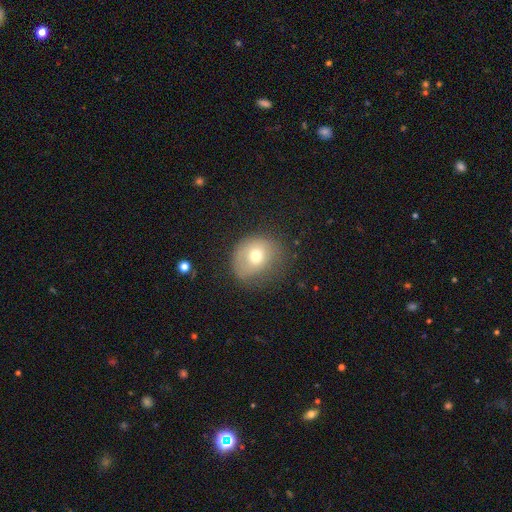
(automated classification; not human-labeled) Smooth or featured?
  - smooth: 68% *
  - featured or disk: 20%
  - star or artifact: 12%
How rounded?
  - round: 66% *
  - in between: 33%
  - cigar-shaped: 1%
Merging?
  - none: 54% *
  - minor disturbance: 28%
  - major disturbance: 16%
  - merger: 2%